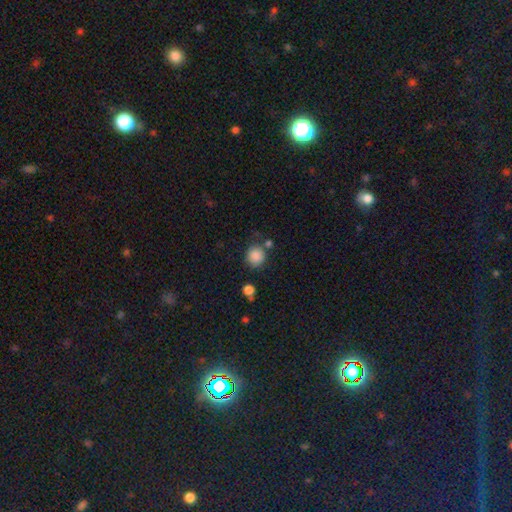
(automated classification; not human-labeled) Morphology: type=smooth (87%); roundness=round (87%); merging=none (75%).